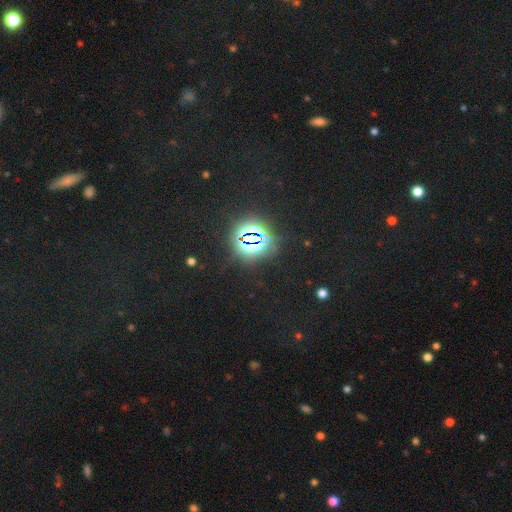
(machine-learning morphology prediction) Smooth or featured?
  - star or artifact: 68% *
  - smooth: 24%
  - featured or disk: 7%